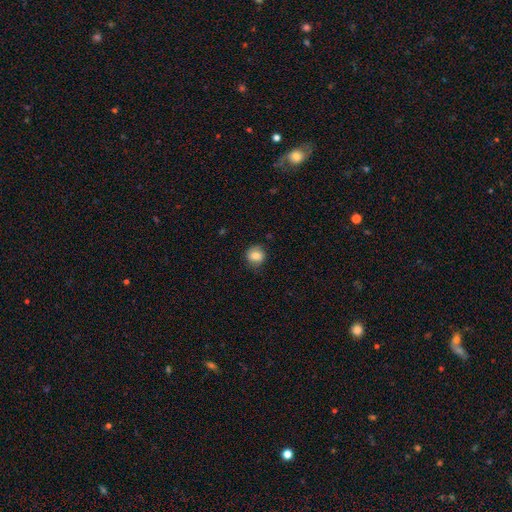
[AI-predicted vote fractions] The model was most divided on "merging": none: 79%, minor disturbance: 16%, major disturbance: 4%, merger: 1%. More confident: how rounded — round (82%); smooth or featured — smooth (80%).